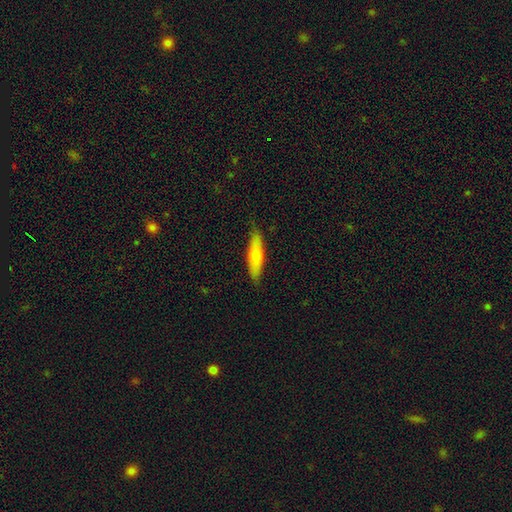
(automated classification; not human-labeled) Smooth or featured?
  - smooth: 64% *
  - featured or disk: 30%
  - star or artifact: 6%
How rounded?
  - cigar-shaped: 67% *
  - in between: 31%
  - round: 2%
Merging?
  - none: 83% *
  - minor disturbance: 13%
  - major disturbance: 2%
  - merger: 1%